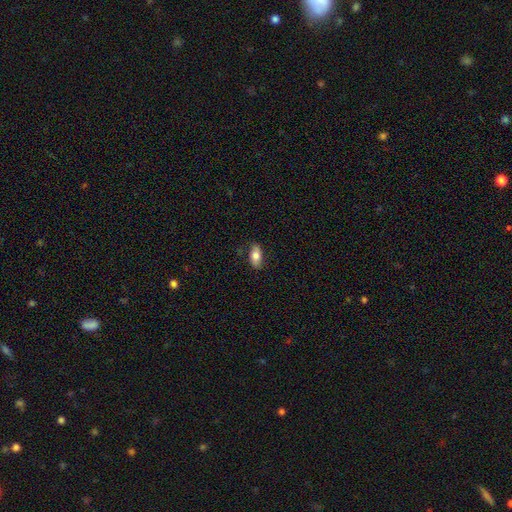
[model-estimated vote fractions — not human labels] This appears to be a smooth galaxy with no disk features (76%) that is in between round and cigar-shaped (88%). Merging: none (81%).